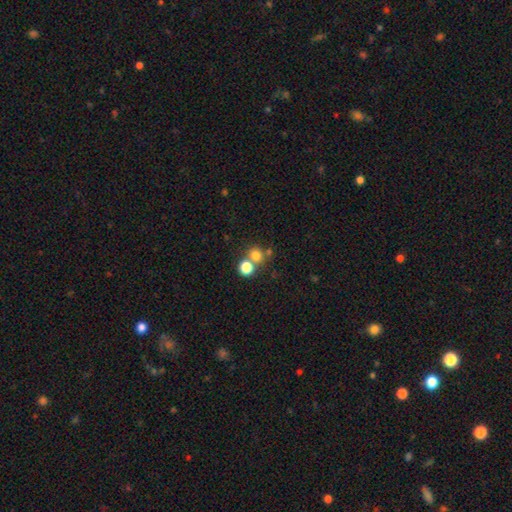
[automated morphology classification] Smooth or featured?
  - smooth: 75% *
  - star or artifact: 17%
  - featured or disk: 8%
How rounded?
  - round: 84% *
  - in between: 15%
  - cigar-shaped: 1%
Merging?
  - none: 57% *
  - merger: 32%
  - minor disturbance: 7%
  - major disturbance: 4%